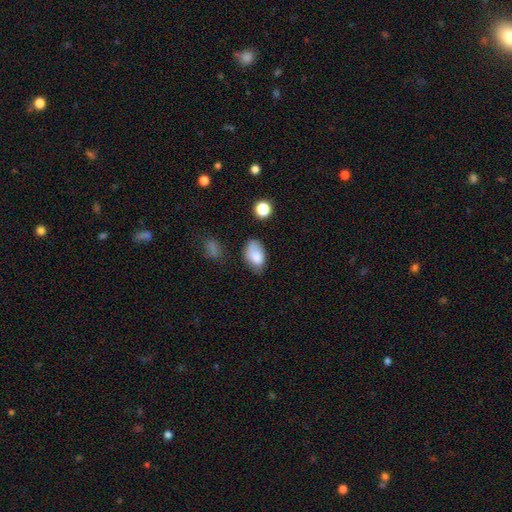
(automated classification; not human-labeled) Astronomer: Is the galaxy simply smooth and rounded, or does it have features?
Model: smooth — 82%.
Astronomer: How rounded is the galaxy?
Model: in between — 90%.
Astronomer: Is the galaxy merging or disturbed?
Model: none — 56%.